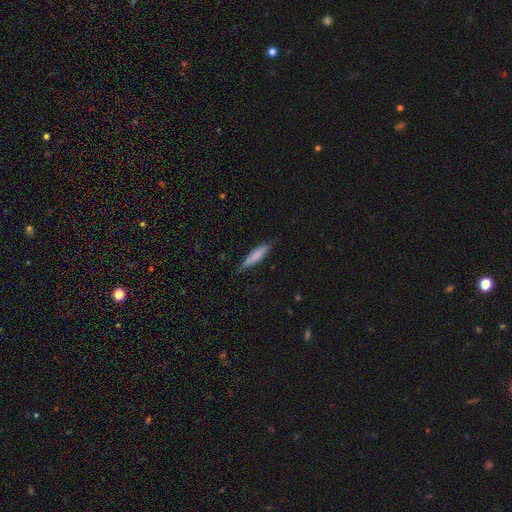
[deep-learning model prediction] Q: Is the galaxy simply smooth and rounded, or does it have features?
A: smooth — 80%.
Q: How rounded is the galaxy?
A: cigar-shaped — 80%.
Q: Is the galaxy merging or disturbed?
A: none — 73%.